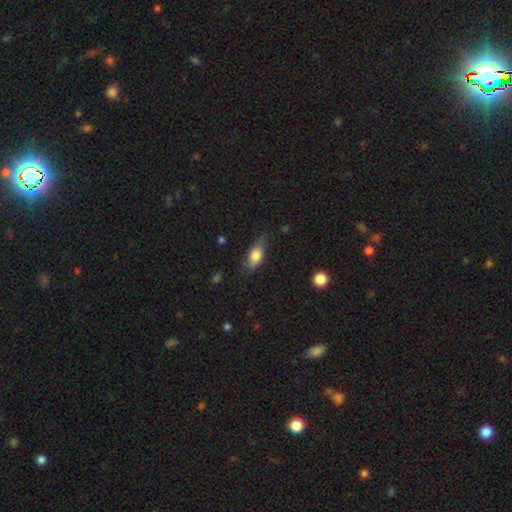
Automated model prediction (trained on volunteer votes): This appears to be a smooth galaxy with no disk features (73%) that is in between round and cigar-shaped (80%). Merging: none (60%).